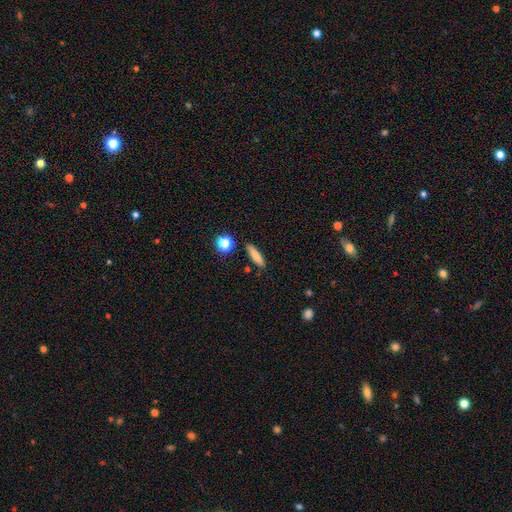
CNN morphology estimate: Overall: smooth (79%). How rounded: cigar-shaped (72%). Merging: none (87%).